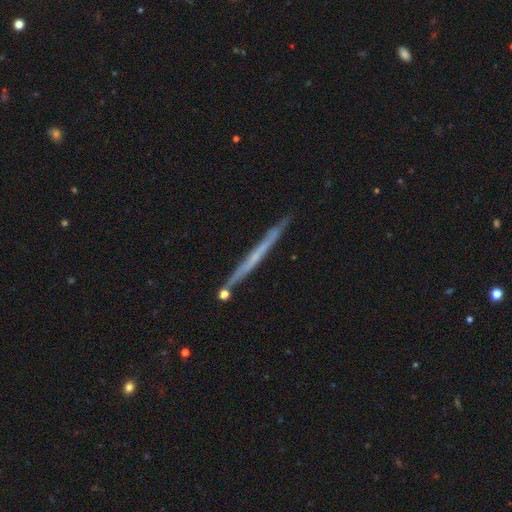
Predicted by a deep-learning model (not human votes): Smooth or featured: featured or disk — 61% (smooth — 32%)
Edge-on disk: yes — 97% (no — 3%)
Edge-on bulge: none — 87% (rounded — 9%)
Merging: none — 86% (minor disturbance — 9%)